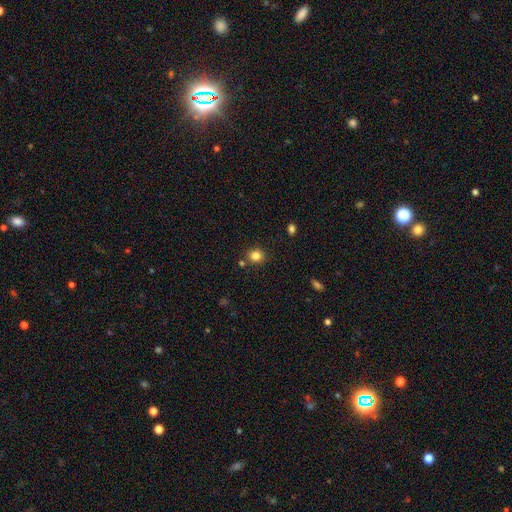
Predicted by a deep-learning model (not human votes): The model was most divided on "how rounded": round: 81%, in between: 18%, cigar-shaped: 1%. More confident: smooth or featured — smooth (83%); merging — none (82%).